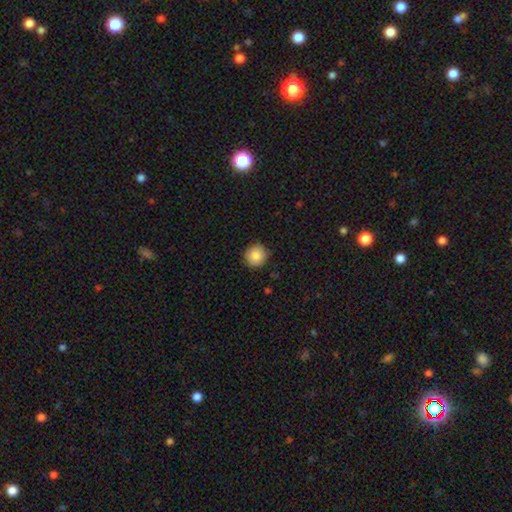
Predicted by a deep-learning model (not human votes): Smooth or featured? smooth (87%)
How rounded? round (92%)
Merging? none (87%)